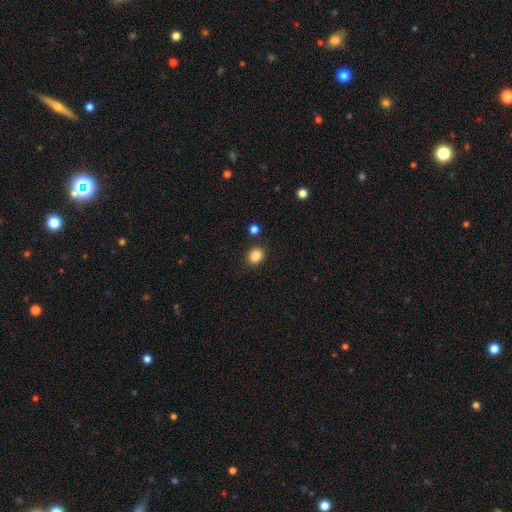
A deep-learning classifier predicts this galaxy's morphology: smooth 86%, star or artifact 11%, featured or disk 4%. Down the decision tree: how rounded — round (66%); merging — none (86%).